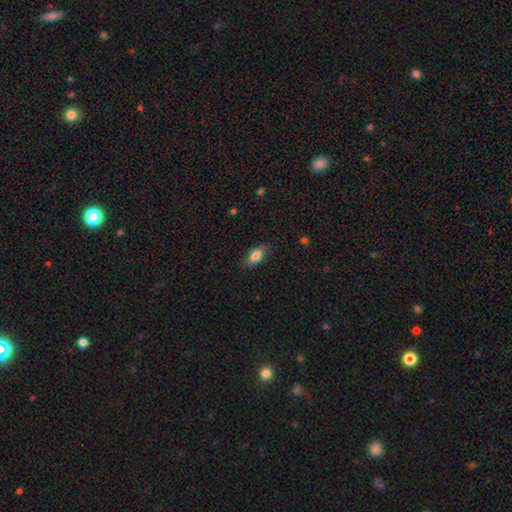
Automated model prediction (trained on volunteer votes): Smooth or featured?
  - smooth: 81% *
  - featured or disk: 12%
  - star or artifact: 7%
How rounded?
  - in between: 86% *
  - cigar-shaped: 10%
  - round: 4%
Merging?
  - none: 81% *
  - minor disturbance: 15%
  - major disturbance: 3%
  - merger: 1%